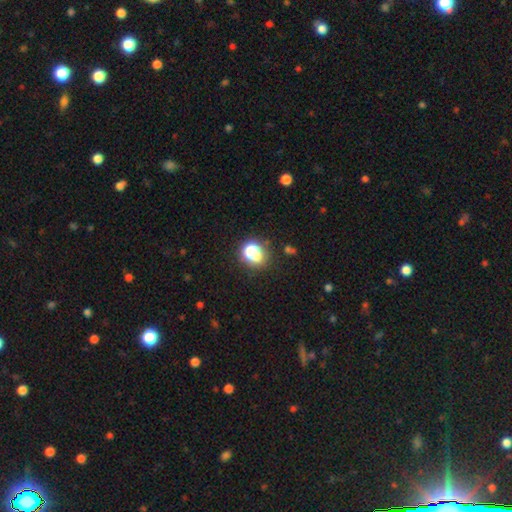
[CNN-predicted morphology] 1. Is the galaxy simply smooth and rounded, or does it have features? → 67% smooth, 21% star or artifact, 12% featured or disk.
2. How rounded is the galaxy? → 61% round, 38% in between, 2% cigar-shaped.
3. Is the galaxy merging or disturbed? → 60% none, 17% minor disturbance, 14% merger, 9% major disturbance.